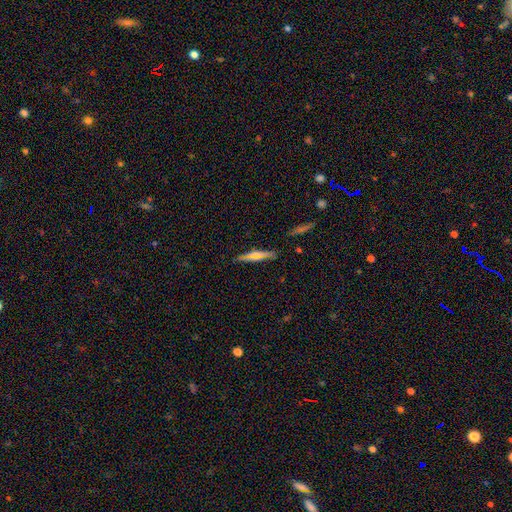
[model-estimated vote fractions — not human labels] smooth 55%, featured or disk 38%, star or artifact 7%. Down the decision tree: how rounded — cigar-shaped (87%); merging — none (85%).